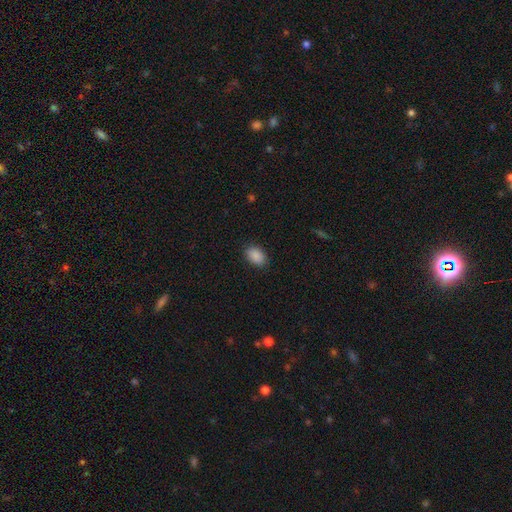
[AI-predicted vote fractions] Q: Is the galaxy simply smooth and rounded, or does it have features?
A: smooth — 89%.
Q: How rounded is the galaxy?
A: in between — 87%.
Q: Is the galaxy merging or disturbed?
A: none — 87%.